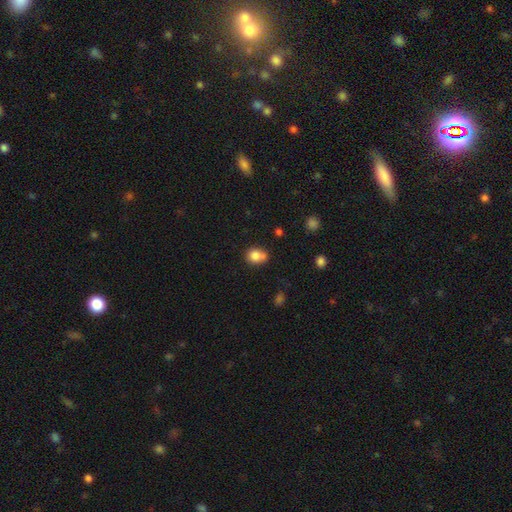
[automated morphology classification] Smooth or featured: smooth — 80% (star or artifact — 10%)
How rounded: round — 64% (in between — 35%)
Merging: none — 48% (merger — 28%)